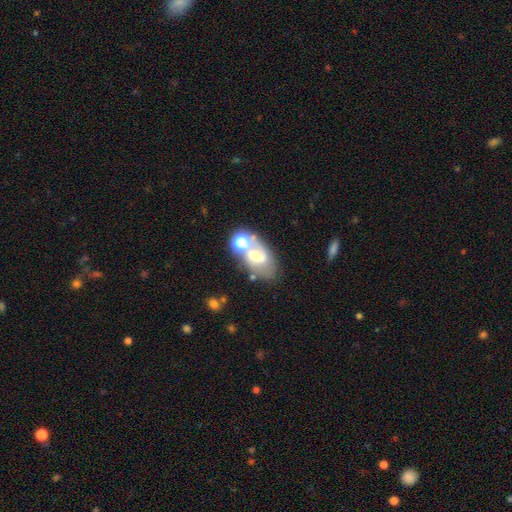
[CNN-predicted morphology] A featured or disk galaxy (54%) with no bar (47%), spiral arms (63%) and a moderate central bulge (46%). Merging: none (44%).